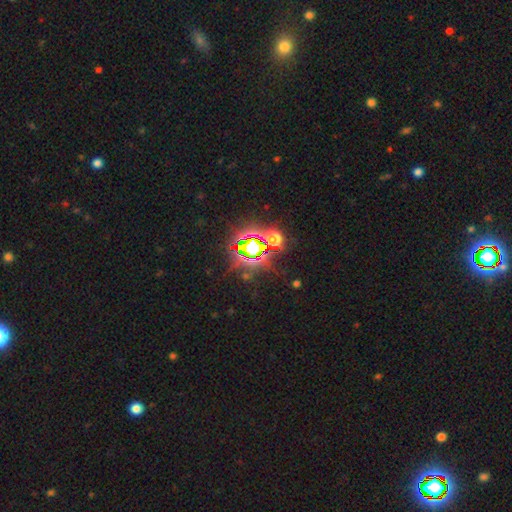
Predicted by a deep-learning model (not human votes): Smooth or featured? Predicted: star or artifact (p=0.76).